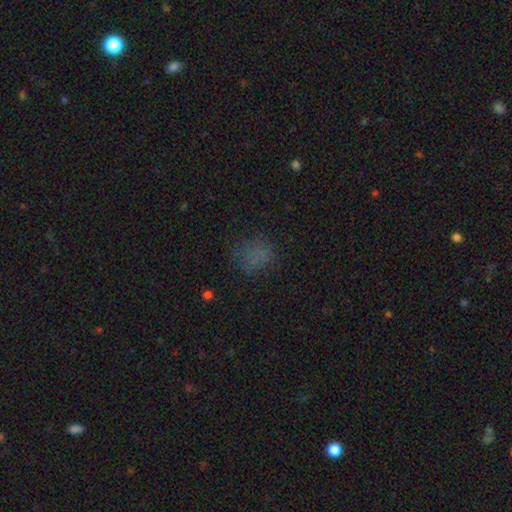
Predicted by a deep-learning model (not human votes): Smooth or featured? smooth (63%)
How rounded? round (54%)
Merging? none (65%)